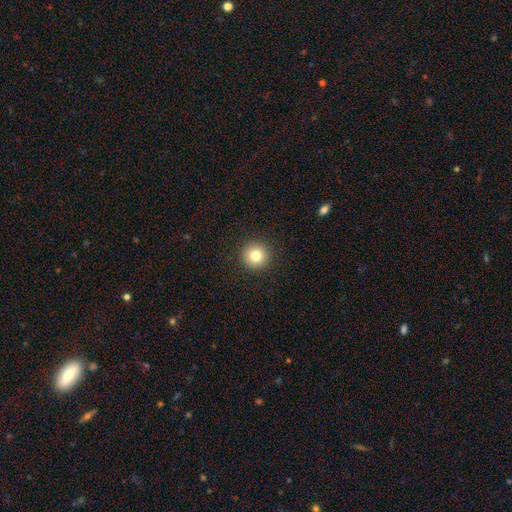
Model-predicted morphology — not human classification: This is clearly a smooth galaxy (81%). How rounded: clearly round (95%). Merging: clearly none (92%).